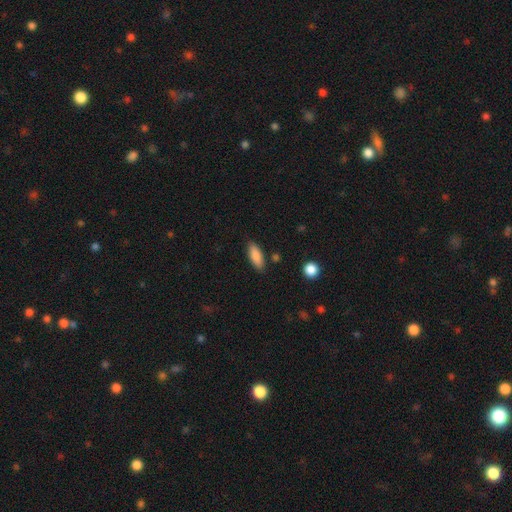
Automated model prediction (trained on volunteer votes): This appears to be a smooth galaxy with no disk features (85%) that is in between round and cigar-shaped (71%). Merging: none (84%).